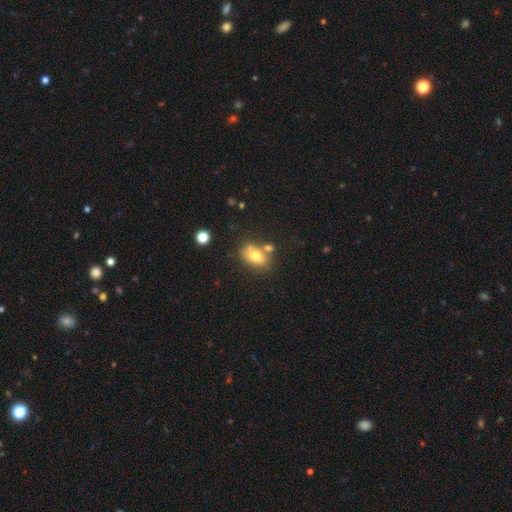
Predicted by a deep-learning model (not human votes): Morphology: type=smooth (74%); roundness=in between (77%); merging=none (60%).